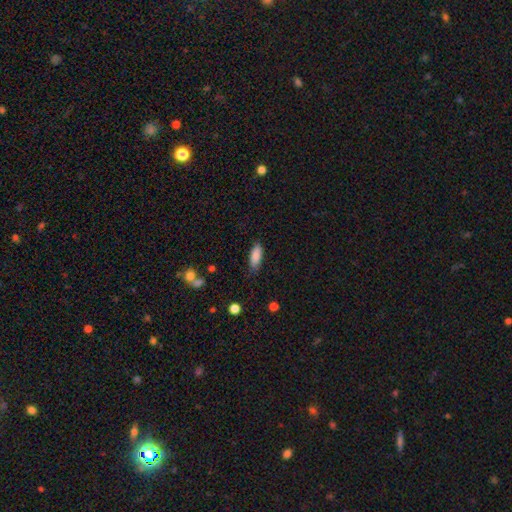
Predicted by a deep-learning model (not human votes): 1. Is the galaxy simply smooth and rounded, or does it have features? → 86% smooth, 7% featured or disk, 7% star or artifact.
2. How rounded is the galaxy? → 69% in between, 30% cigar-shaped, 2% round.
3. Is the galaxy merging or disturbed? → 82% none, 14% minor disturbance, 3% major disturbance, 2% merger.